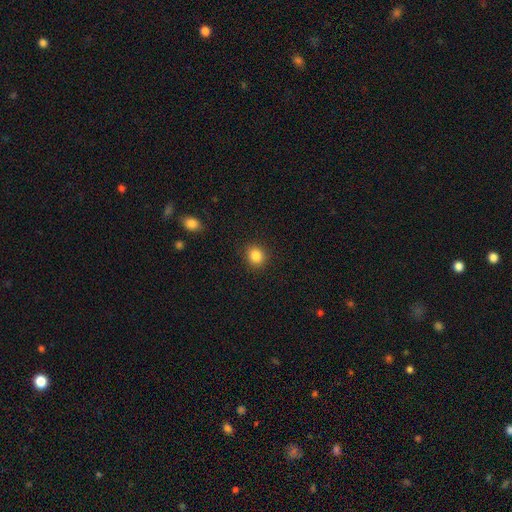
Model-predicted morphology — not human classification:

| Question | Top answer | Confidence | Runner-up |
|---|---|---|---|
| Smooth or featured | smooth | 85% | star or artifact (11%) |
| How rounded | round | 78% | in between (21%) |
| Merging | none | 90% | minor disturbance (7%) |